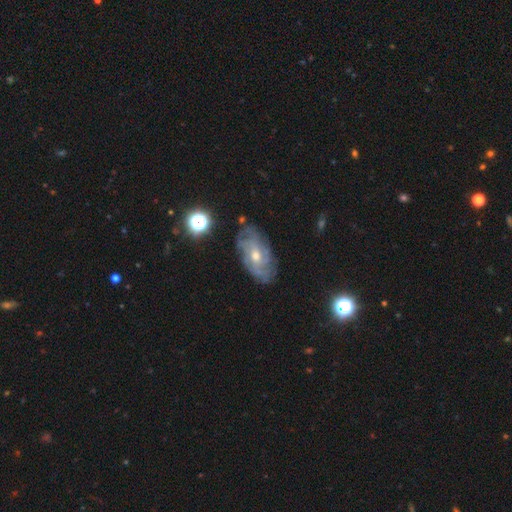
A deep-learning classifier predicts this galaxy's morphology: A featured or disk galaxy (78%) with no bar (63%), tight (57%) spiral arms (89%) and a moderate central bulge (53%). Merging: none (75%).